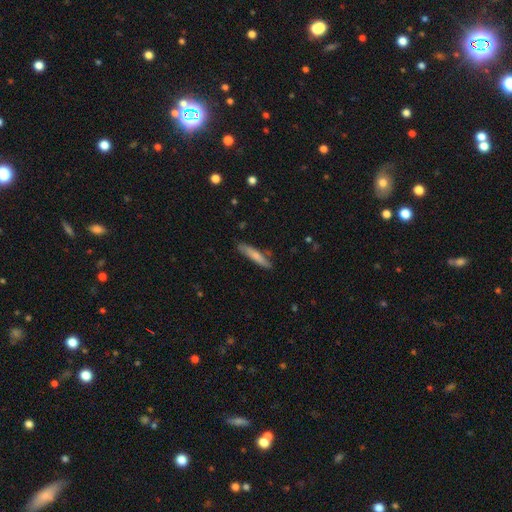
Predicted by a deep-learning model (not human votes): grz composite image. It shows a smooth galaxy with no disk features (73%) that is cigar-shaped (88%). Merging: none (80%).